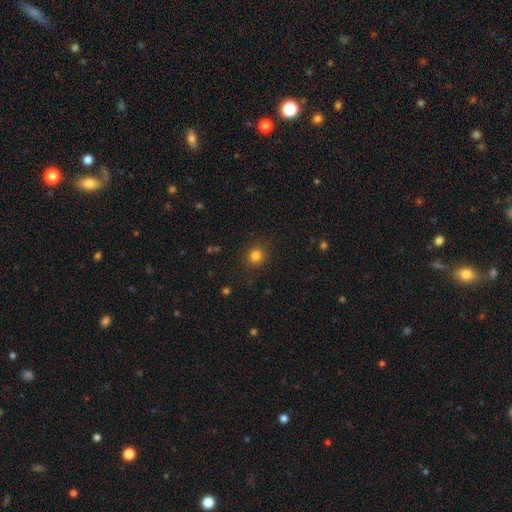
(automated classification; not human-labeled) smooth 81%, star or artifact 14%, featured or disk 5%. Down the decision tree: how rounded — round (88%); merging — none (89%).